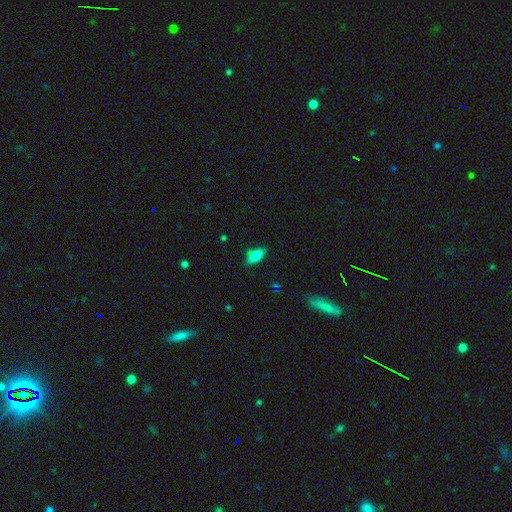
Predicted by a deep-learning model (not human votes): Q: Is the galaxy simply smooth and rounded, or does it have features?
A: smooth — 82%.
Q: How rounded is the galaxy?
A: in between — 89%.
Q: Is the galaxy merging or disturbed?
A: none — 79%.